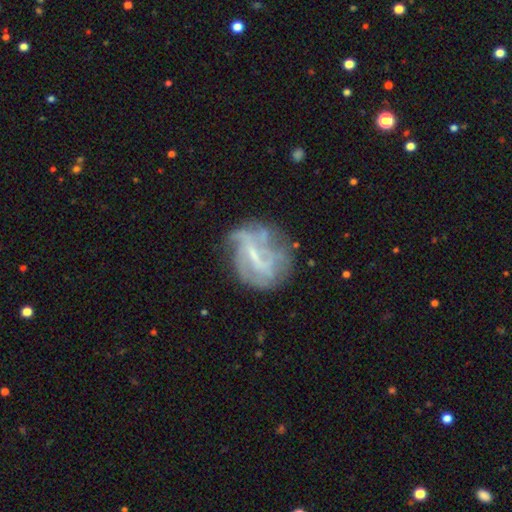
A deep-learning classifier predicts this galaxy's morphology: Q: Smooth or featured?
A: featured or disk (73%); runner-up: smooth (16%)
Q: Edge-on disk?
A: no (97%); runner-up: yes (3%)
Q: Bar?
A: weak (46%); runner-up: strong (32%)
Q: Spiral arms?
A: yes (70%); runner-up: no (30%)
Q: Bulge size?
A: small (50%); runner-up: none (28%)
Q: Merging?
A: none (54%); runner-up: minor disturbance (22%)